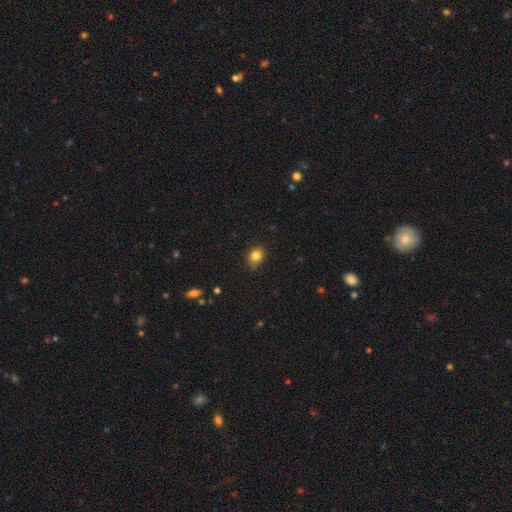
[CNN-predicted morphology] A smooth galaxy with no disk features (83%) that is round (62%). Merging: none (79%).